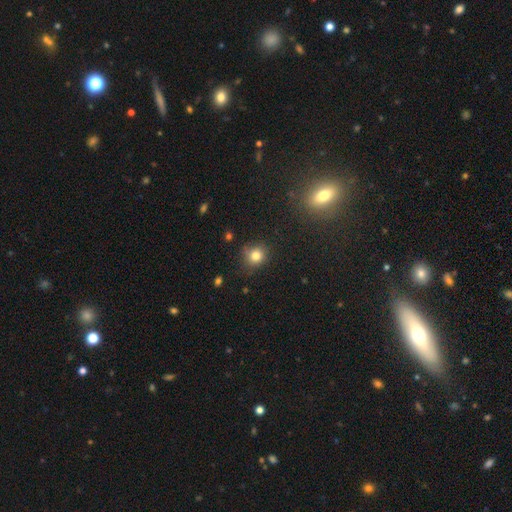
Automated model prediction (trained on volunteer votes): smooth_or_featured: smooth (p=0.80) [alt: star or artifact p=0.13]
how_rounded: round (p=0.83) [alt: in between p=0.16]
merging: none (p=0.76) [alt: minor disturbance p=0.17]